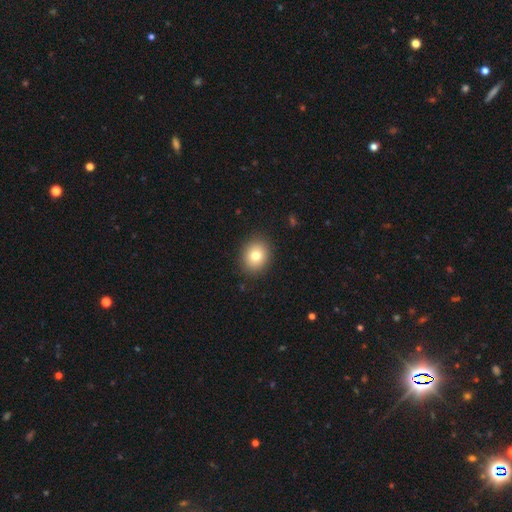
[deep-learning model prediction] The model was most divided on "how rounded": round: 71%, in between: 28%, cigar-shaped: 1%. More confident: merging — none (90%); smooth or featured — smooth (78%).